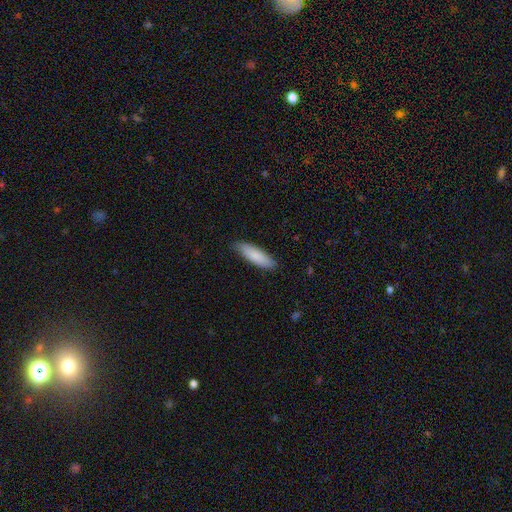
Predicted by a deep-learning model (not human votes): Smooth or featured: smooth — 85% (featured or disk — 10%)
How rounded: cigar-shaped — 58% (in between — 41%)
Merging: none — 85% (minor disturbance — 12%)